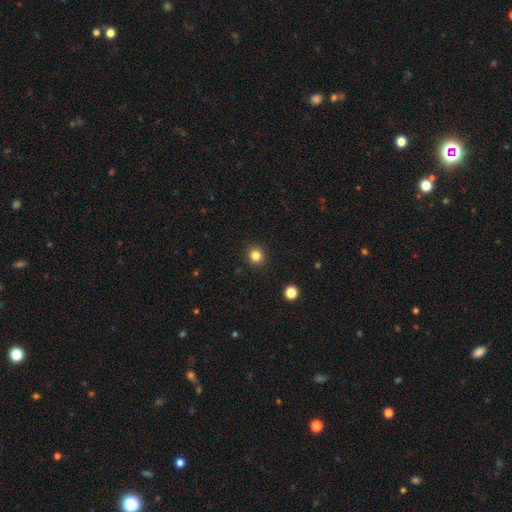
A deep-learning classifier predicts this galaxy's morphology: A smooth galaxy with no disk features (83%) that is round (92%). Merging: none (92%).